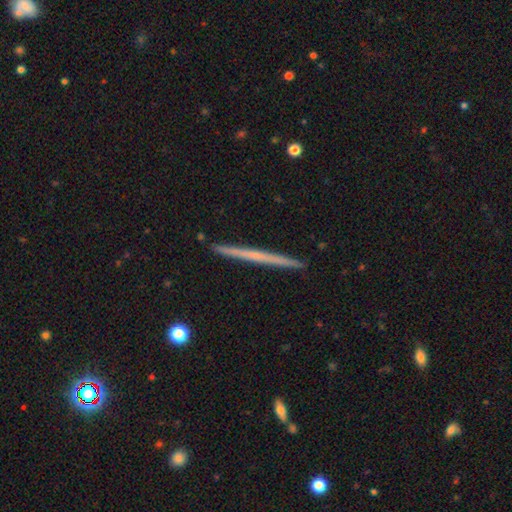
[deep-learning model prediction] Smooth or featured?
  - featured or disk: 54% *
  - smooth: 40%
  - star or artifact: 6%
Edge-on disk?
  - yes: 98% *
  - no: 2%
Edge-on bulge?
  - none: 88% *
  - rounded: 9%
  - boxy: 3%
Merging?
  - none: 93% *
  - minor disturbance: 5%
  - merger: 1%
  - major disturbance: 1%